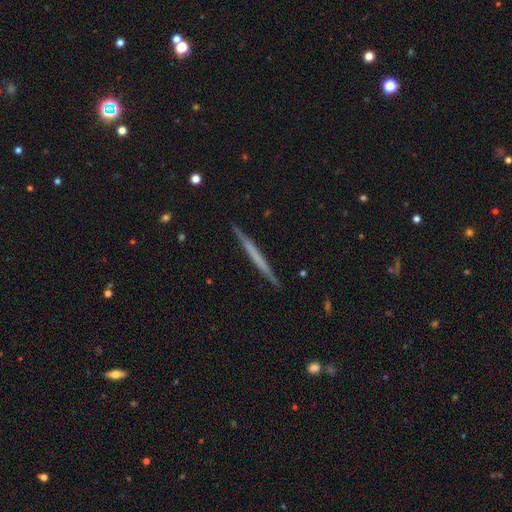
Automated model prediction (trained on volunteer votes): smooth_or_featured: featured or disk (p=0.51) [alt: smooth p=0.43]
disk_edge_on: yes (p=0.98) [alt: no p=0.02]
edge_on_bulge: none (p=0.91) [alt: rounded p=0.05]
merging: none (p=0.91) [alt: minor disturbance p=0.06]